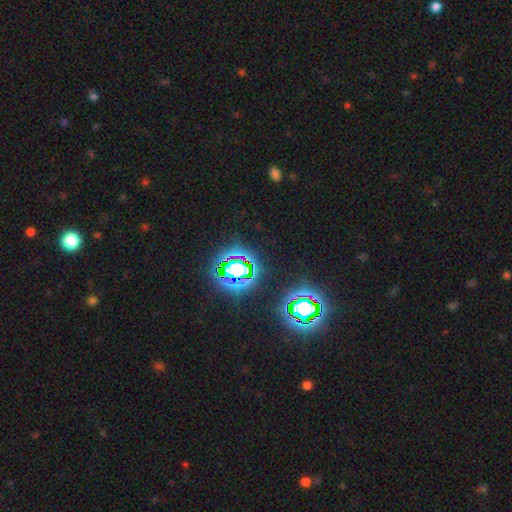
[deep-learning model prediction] smooth_or_featured: star or artifact (p=0.80) [alt: smooth p=0.13]